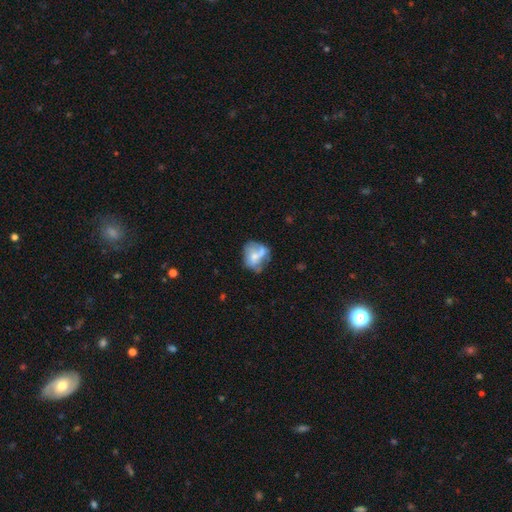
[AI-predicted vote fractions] This is possibly a featured or disk galaxy (47%). Merging: marginally none (36%).